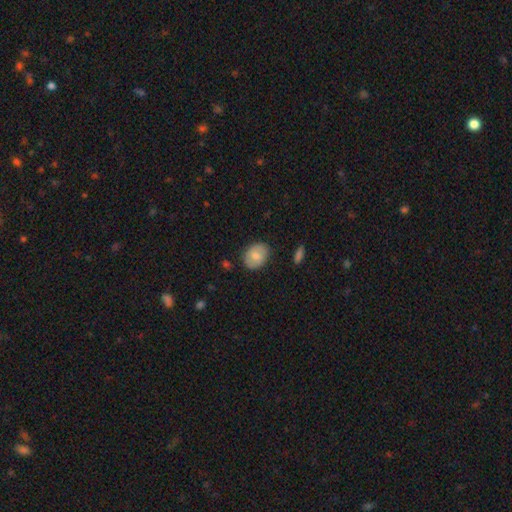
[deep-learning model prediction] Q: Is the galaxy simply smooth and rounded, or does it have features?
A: smooth — 69%.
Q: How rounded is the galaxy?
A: in between — 60%.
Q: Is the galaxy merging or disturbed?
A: none — 82%.